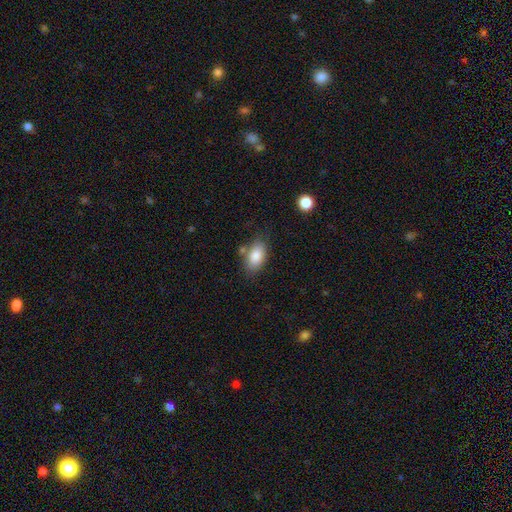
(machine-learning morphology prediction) smooth_or_featured: smooth (p=0.84) [alt: featured or disk p=0.08]
how_rounded: in between (p=0.91) [alt: round p=0.06]
merging: none (p=0.72) [alt: minor disturbance p=0.17]